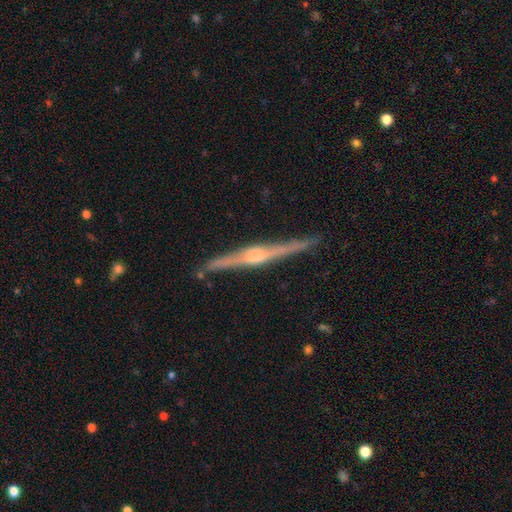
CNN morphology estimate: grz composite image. It shows a featured or disk galaxy (87%) viewed edge-on (98%) with a rounded central bulge (84%). Merging: none (89%).